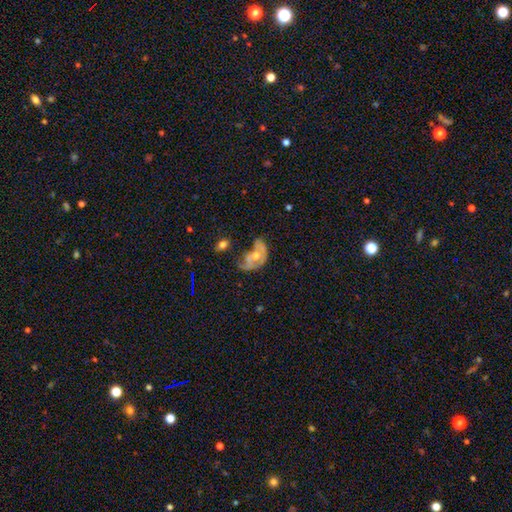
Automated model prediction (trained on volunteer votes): This is possibly a featured or disk galaxy (55%). It is clearly not viewed edge-on (95%). Bar: clearly no (84%). Spiral arm pattern: likely no (61%). Central bulge: likely moderate (62%). Merging: marginally major disturbance (35%).